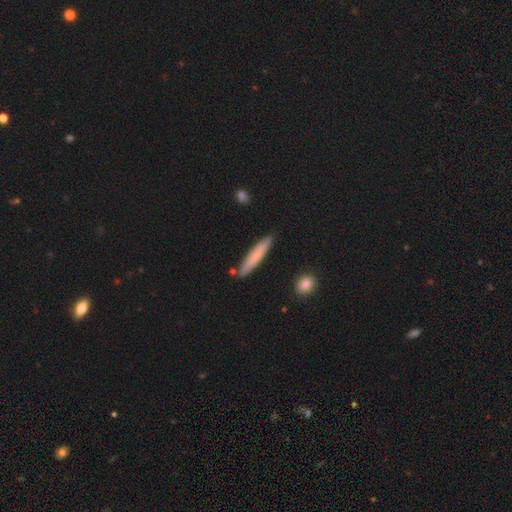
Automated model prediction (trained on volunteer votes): Morphology: type=smooth (73%); roundness=cigar-shaped (92%); merging=none (85%).